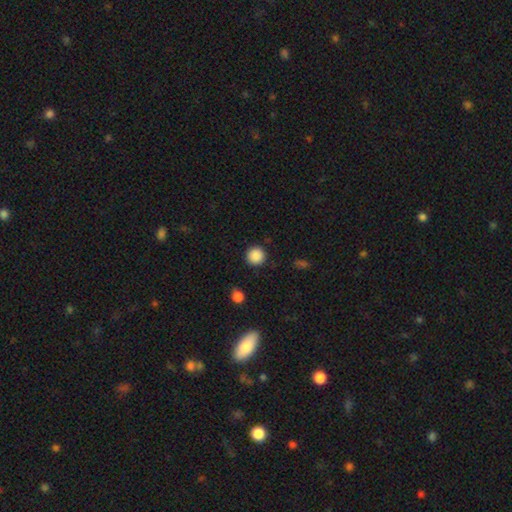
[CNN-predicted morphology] This appears to be a smooth galaxy with no disk features (88%) that is round (95%). Merging: none (90%).